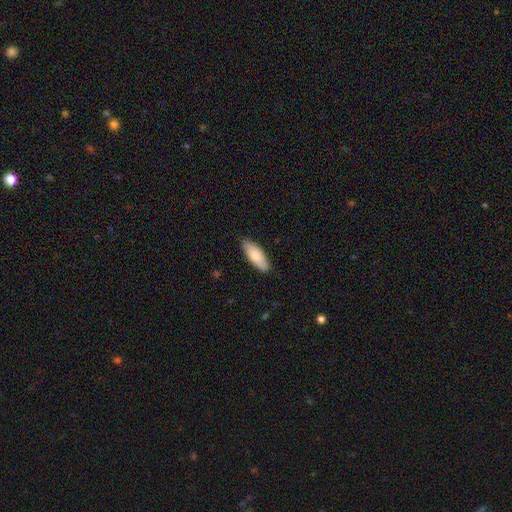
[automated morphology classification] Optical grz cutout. It shows a smooth galaxy with no disk features (80%) that is in between round and cigar-shaped (71%). Merging: none (87%).